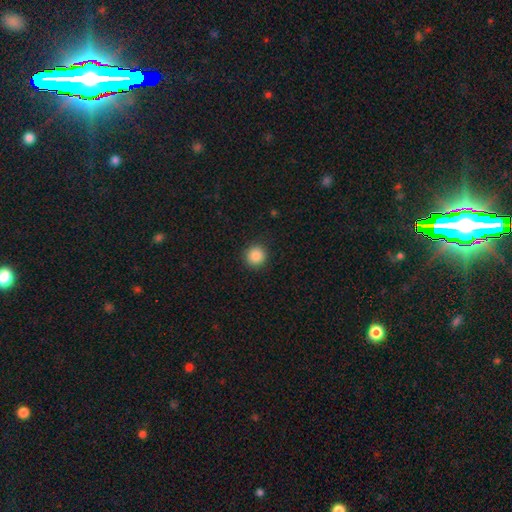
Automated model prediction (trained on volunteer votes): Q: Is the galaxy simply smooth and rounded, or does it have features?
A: smooth — 87%.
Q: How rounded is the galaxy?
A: round — 94%.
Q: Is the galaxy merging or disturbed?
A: none — 92%.